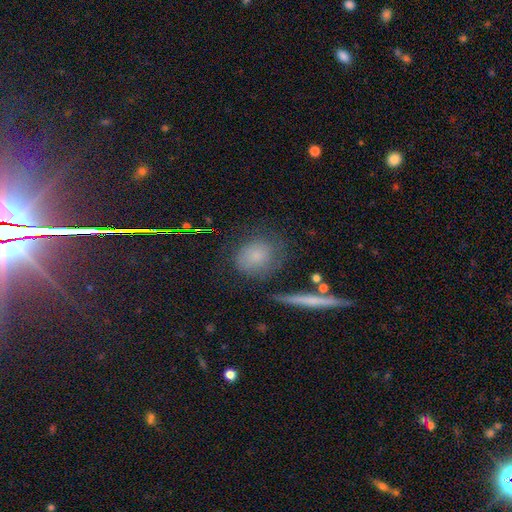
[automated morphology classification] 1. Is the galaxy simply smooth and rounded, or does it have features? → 66% smooth, 18% featured or disk, 16% star or artifact.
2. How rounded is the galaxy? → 66% round, 30% in between, 4% cigar-shaped.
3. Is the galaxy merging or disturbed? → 68% none, 19% minor disturbance, 8% major disturbance, 5% merger.